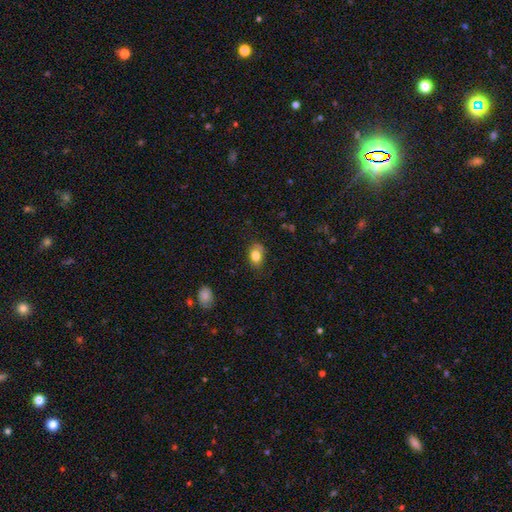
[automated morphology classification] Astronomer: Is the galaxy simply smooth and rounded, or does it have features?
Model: smooth — 81%.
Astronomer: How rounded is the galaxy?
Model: in between — 78%.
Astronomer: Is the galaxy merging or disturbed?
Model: none — 63%.